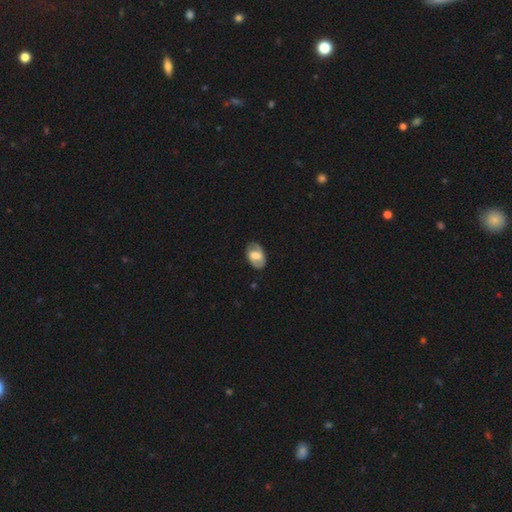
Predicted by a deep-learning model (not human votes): Smooth or featured? Predicted: featured or disk (p=0.50). Merging? Predicted: none (p=0.78).